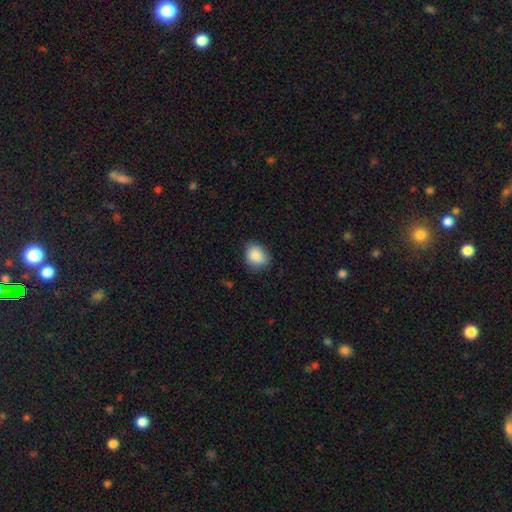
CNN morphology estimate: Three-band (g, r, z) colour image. It shows a smooth galaxy with no disk features (88%) that is in between round and cigar-shaped (52%). Merging: none (75%).